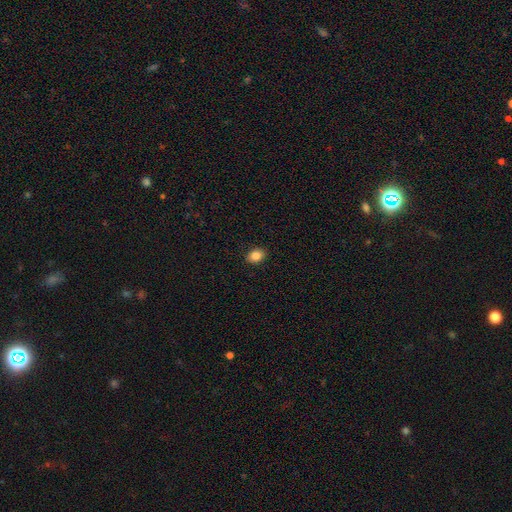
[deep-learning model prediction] Smooth or featured: smooth — 86% (star or artifact — 9%)
How rounded: in between — 65% (round — 34%)
Merging: none — 90% (minor disturbance — 8%)